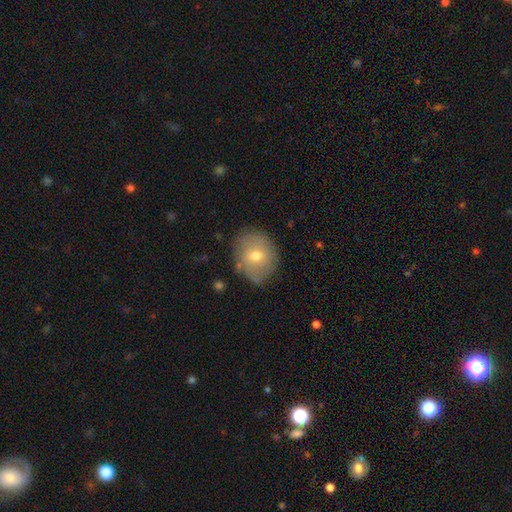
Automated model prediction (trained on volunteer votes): This appears to be a smooth galaxy with no disk features (60%) that is round (69%). Merging: none (73%).